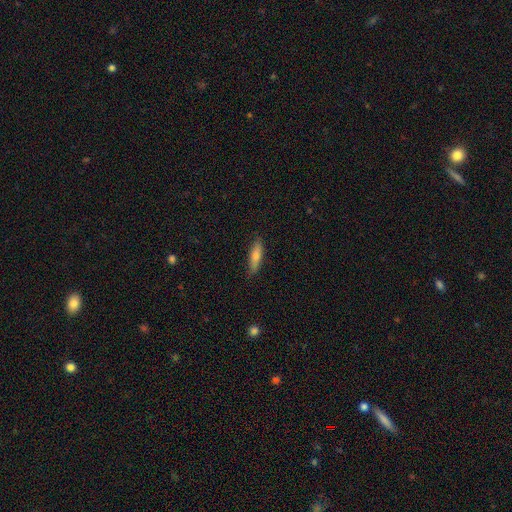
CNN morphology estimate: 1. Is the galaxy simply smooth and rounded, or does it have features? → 64% smooth, 29% featured or disk, 7% star or artifact.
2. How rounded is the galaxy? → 75% cigar-shaped, 23% in between, 2% round.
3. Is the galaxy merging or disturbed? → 86% none, 11% minor disturbance, 2% major disturbance, 1% merger.